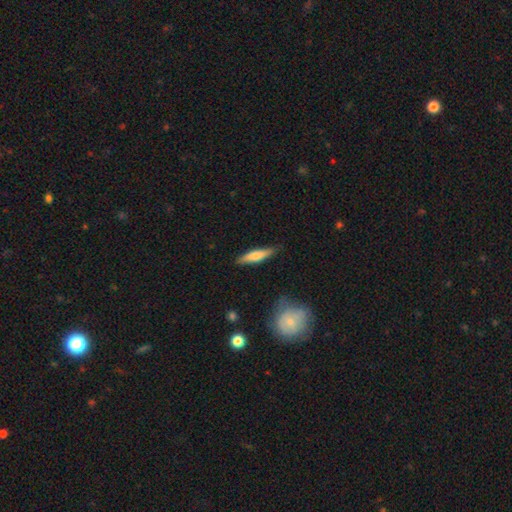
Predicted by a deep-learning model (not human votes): This appears to be a smooth galaxy with no disk features (65%) that is cigar-shaped (78%). Merging: none (84%).